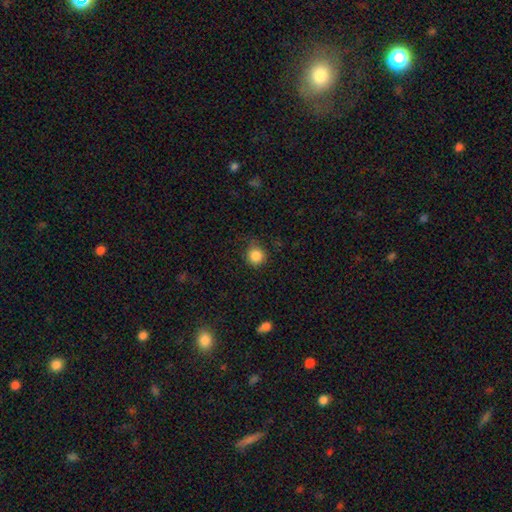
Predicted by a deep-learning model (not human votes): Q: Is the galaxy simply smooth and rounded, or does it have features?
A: smooth — 86%.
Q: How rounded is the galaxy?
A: round — 92%.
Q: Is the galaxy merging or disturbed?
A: none — 78%.